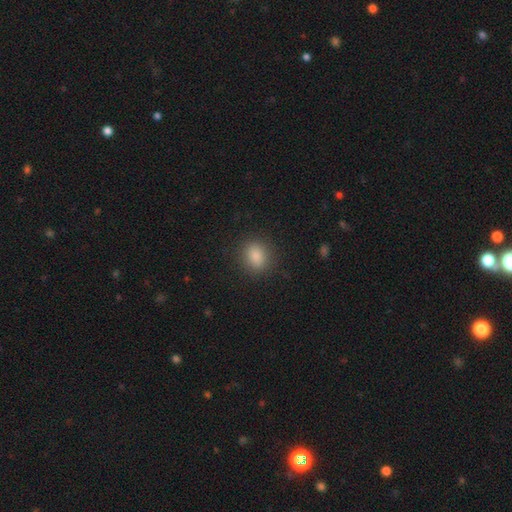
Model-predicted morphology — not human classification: type=smooth (85%); roundness=round (57%); merging=none (89%).